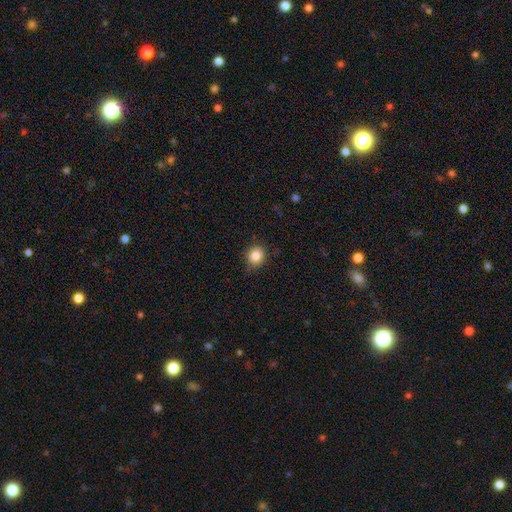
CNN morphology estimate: Smooth or featured?
  - smooth: 84% *
  - star or artifact: 11%
  - featured or disk: 5%
How rounded?
  - round: 87% *
  - in between: 12%
  - cigar-shaped: 1%
Merging?
  - none: 84% *
  - minor disturbance: 13%
  - major disturbance: 2%
  - merger: 1%